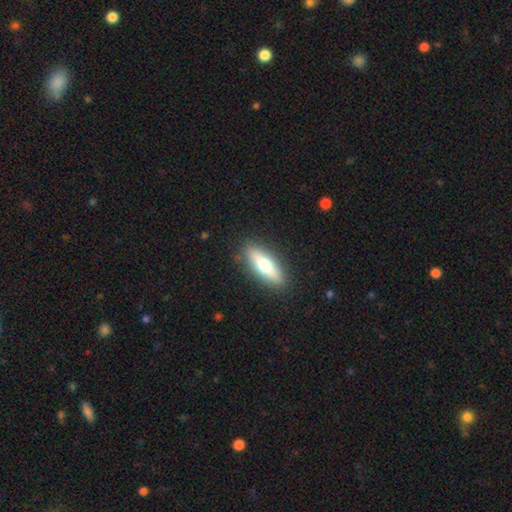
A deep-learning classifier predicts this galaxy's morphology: The model was most divided on "how rounded" (2-way tie): in between: 49%, cigar-shaped: 49%, round: 3%. More confident: merging — none (88%); smooth or featured — smooth (58%).